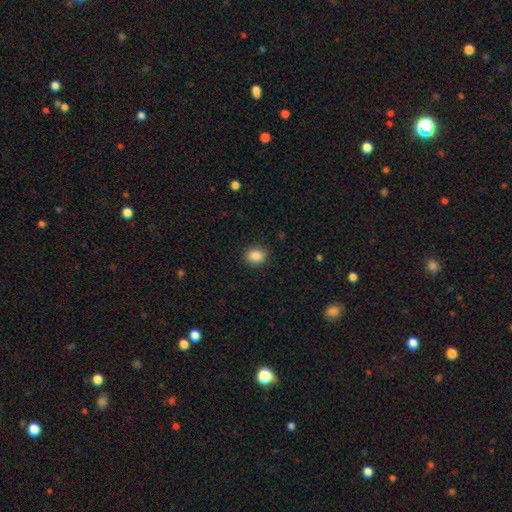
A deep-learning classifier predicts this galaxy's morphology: The model was most divided on "how rounded": round: 63%, in between: 36%, cigar-shaped: 1%. More confident: merging — none (89%); smooth or featured — smooth (87%).